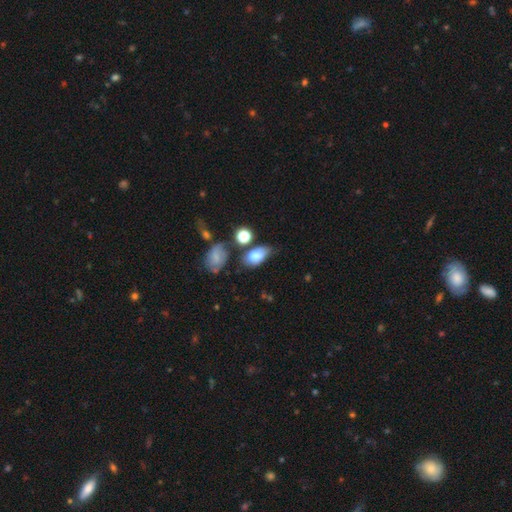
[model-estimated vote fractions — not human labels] Overall: smooth (77%). How rounded: in between (89%). Merging: none (50%; minor disturbance 27%).